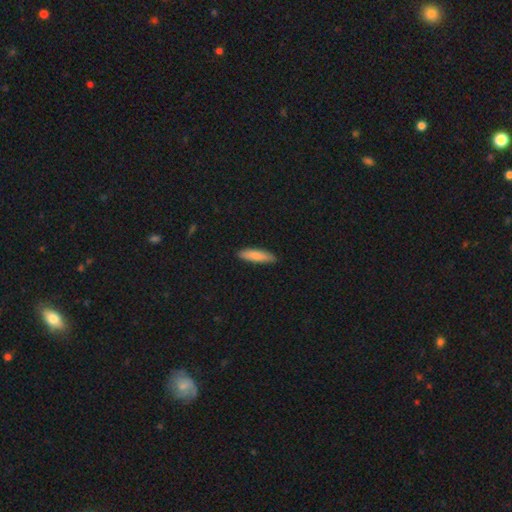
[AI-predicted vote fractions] Overall: smooth (80%). How rounded: cigar-shaped (67%; in between 31%). Merging: none (88%).